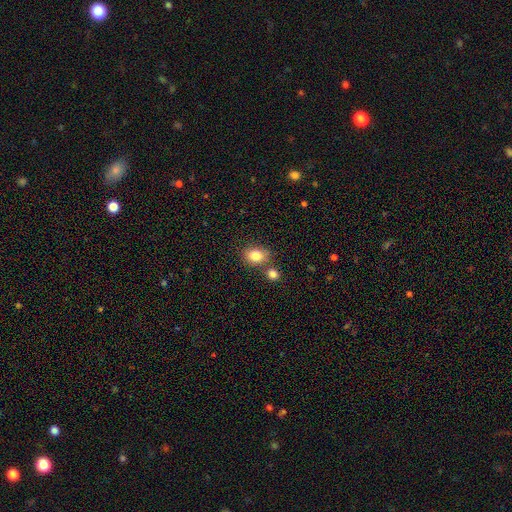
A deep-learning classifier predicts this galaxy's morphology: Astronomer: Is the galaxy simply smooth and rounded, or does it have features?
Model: smooth — 82%.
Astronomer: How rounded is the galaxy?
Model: in between — 52% (runner-up: round, 47%).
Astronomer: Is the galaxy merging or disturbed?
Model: none — 66%.